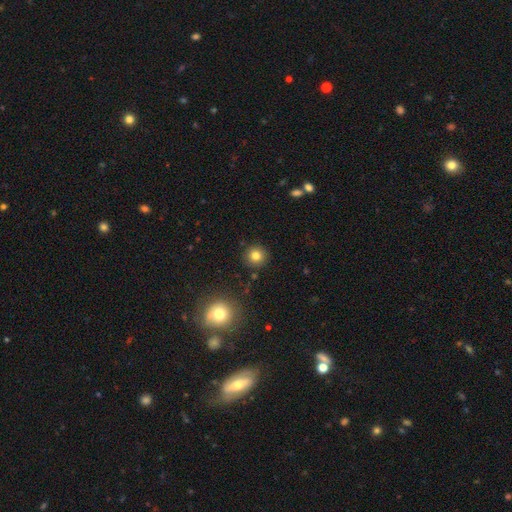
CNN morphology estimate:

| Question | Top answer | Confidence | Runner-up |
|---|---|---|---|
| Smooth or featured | smooth | 80% | star or artifact (12%) |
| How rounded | round | 94% | in between (6%) |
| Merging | none | 89% | minor disturbance (6%) |